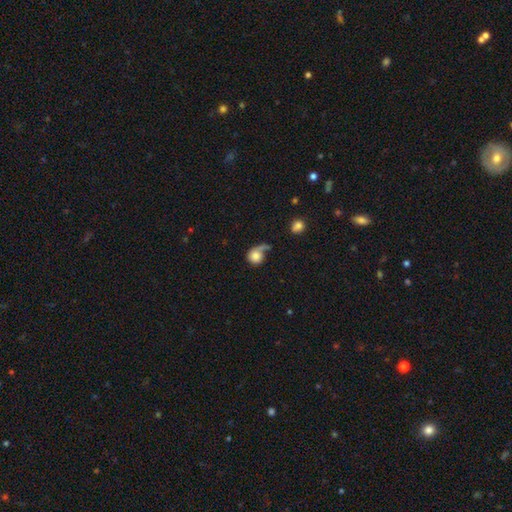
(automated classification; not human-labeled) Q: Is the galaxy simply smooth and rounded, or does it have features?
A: smooth — 67%.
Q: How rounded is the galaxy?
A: round — 80%.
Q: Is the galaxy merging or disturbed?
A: none — 34%, tied with major disturbance.